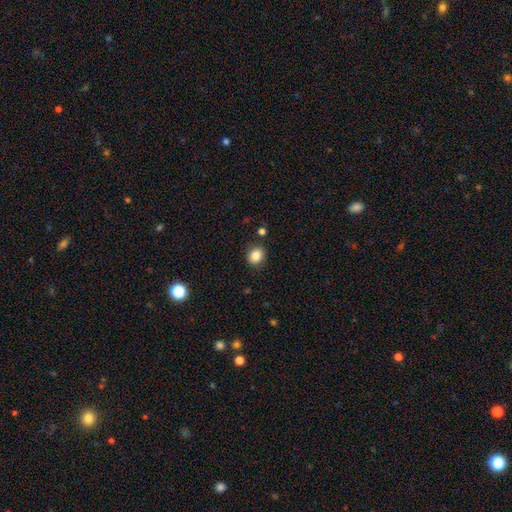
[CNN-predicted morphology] Smooth or featured: smooth — 84% (star or artifact — 10%)
How rounded: round — 77% (in between — 22%)
Merging: none — 85% (minor disturbance — 10%)